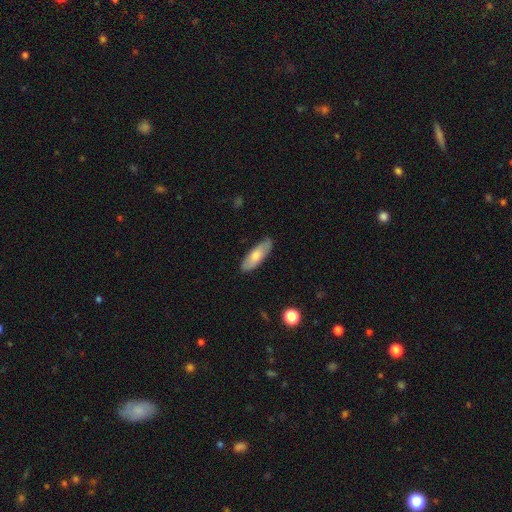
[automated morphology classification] The model was most divided on "how rounded": in between: 60%, cigar-shaped: 37%, round: 2%. More confident: merging — none (86%); smooth or featured — smooth (69%).